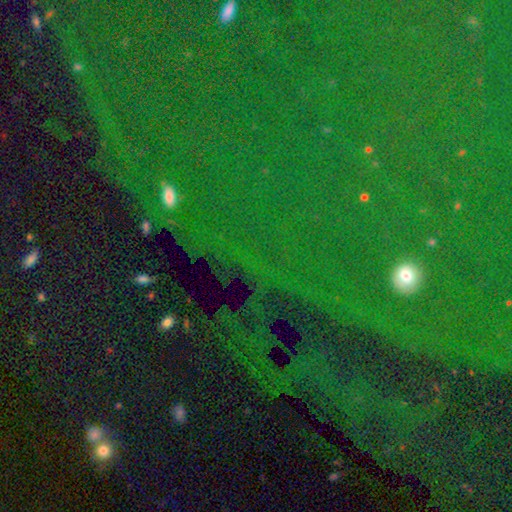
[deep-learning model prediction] smooth-or-featured: star or artifact: 79% | smooth: 12% | featured or disk: 10%